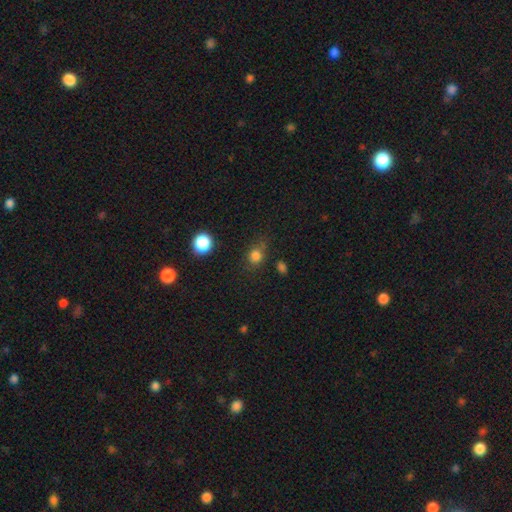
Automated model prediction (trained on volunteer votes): Overall: smooth (80%). How rounded: round (71%). Merging: none (65%).